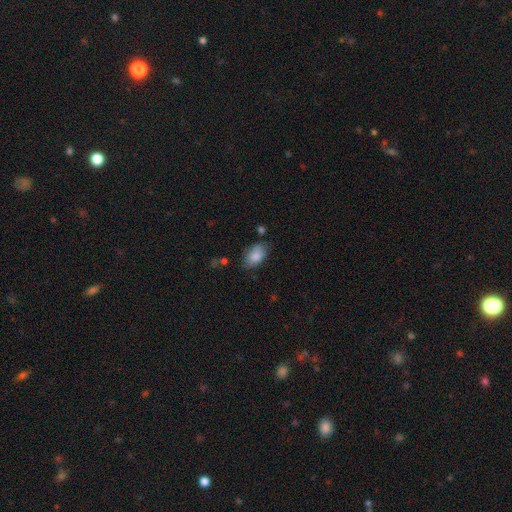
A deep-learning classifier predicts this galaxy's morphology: This appears to be a smooth galaxy with no disk features (85%) that is in between round and cigar-shaped (91%). Merging: none (73%).